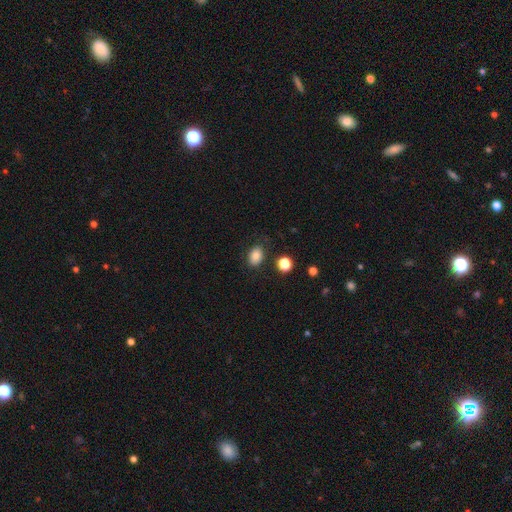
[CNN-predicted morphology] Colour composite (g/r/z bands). It shows a smooth galaxy with no disk features (84%) that is in between round and cigar-shaped (76%). Merging: none (80%).